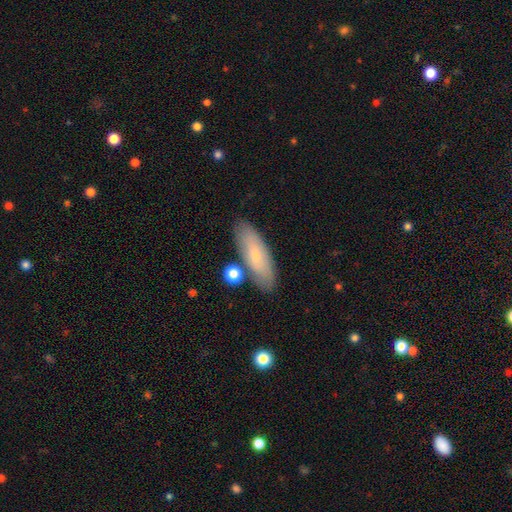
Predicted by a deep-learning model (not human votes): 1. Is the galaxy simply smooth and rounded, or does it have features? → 68% smooth, 26% featured or disk, 6% star or artifact.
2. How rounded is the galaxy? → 60% in between, 38% cigar-shaped, 3% round.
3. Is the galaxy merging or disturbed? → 78% none, 13% minor disturbance, 6% merger, 3% major disturbance.